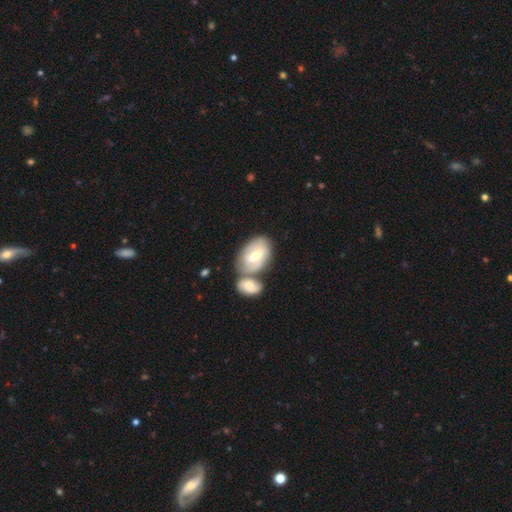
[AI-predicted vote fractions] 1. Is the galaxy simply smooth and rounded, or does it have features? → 57% featured or disk, 38% smooth, 6% star or artifact.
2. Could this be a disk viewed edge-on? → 93% no, 7% yes.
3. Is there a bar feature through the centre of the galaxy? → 47% weak, 28% no, 25% strong.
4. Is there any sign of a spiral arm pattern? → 66% yes, 34% no.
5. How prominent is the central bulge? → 63% moderate, 29% small, 5% large, 2% none, 1% dominant.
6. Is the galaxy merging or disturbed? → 44% merger, 37% none, 13% minor disturbance, 5% major disturbance.